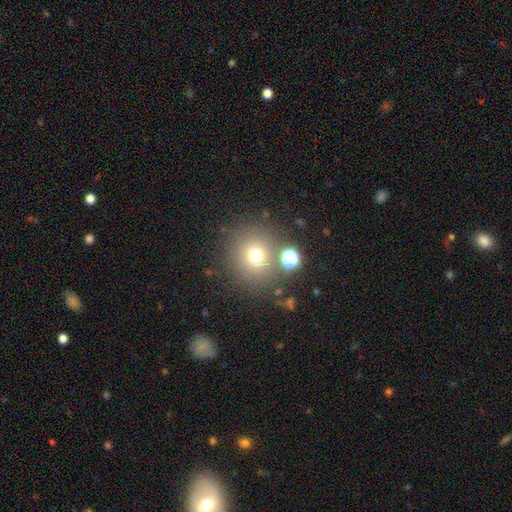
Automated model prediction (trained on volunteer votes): The model was most divided on "smooth or featured": smooth: 71%, star or artifact: 18%, featured or disk: 11%. More confident: how rounded — round (90%); merging — none (78%).